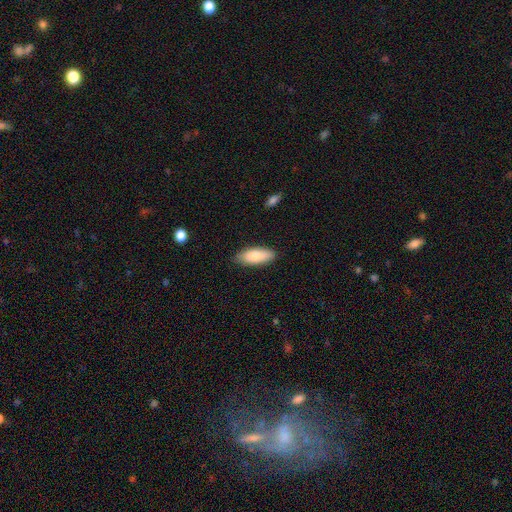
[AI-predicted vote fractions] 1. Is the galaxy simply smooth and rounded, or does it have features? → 84% smooth, 11% featured or disk, 6% star or artifact.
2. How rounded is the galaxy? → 79% in between, 20% cigar-shaped, 2% round.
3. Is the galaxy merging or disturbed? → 83% none, 13% minor disturbance, 2% major disturbance, 1% merger.